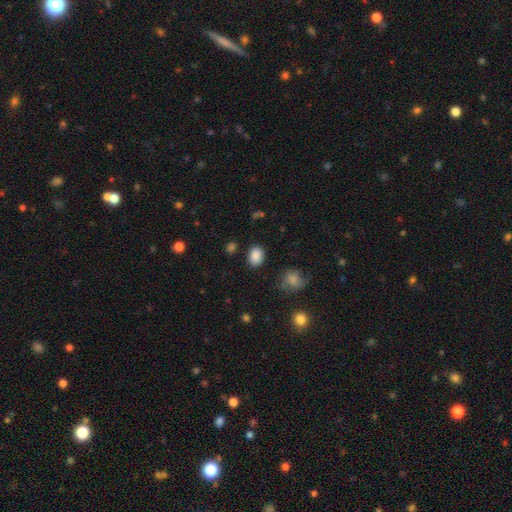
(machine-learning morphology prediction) A smooth galaxy with no disk features (87%) that is in between round and cigar-shaped (73%). Merging: none (85%).